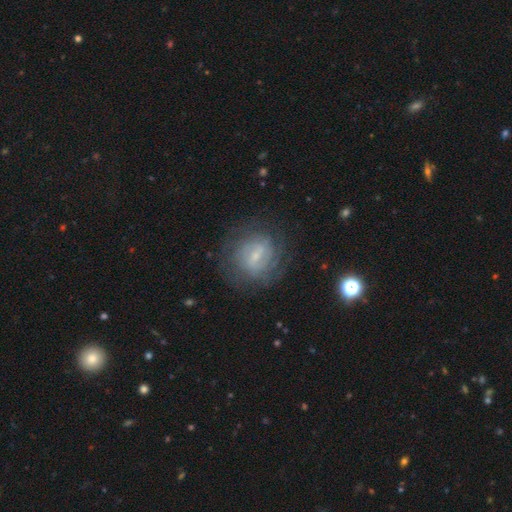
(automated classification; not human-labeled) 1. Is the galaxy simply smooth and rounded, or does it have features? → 70% featured or disk, 21% smooth, 9% star or artifact.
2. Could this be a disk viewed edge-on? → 96% no, 4% yes.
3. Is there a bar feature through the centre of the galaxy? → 57% weak, 23% strong, 19% no.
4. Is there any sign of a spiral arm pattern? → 84% yes, 16% no.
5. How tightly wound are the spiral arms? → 64% tight, 27% medium, 9% loose.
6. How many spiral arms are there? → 53% can't tell, 22% 2, 10% 3, 7% 4, 4% 1, 4% more than 4.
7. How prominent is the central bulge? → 66% small, 21% moderate, 11% none, 2% large, 1% dominant.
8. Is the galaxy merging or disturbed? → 75% none, 15% minor disturbance, 9% major disturbance, 1% merger.